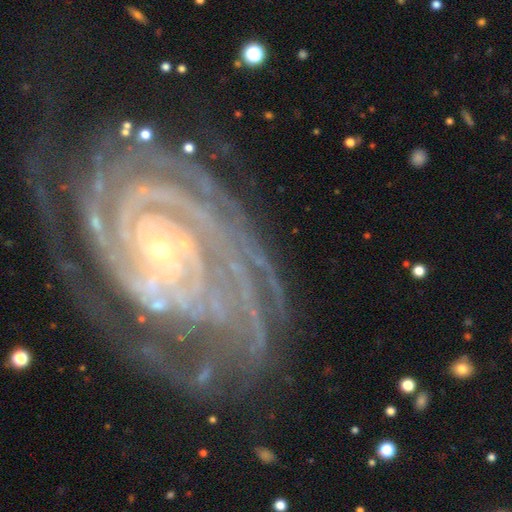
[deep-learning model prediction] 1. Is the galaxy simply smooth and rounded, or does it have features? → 90% featured or disk, 6% star or artifact, 3% smooth.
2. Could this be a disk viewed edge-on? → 97% no, 3% yes.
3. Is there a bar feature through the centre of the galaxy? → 71% no, 16% weak, 12% strong.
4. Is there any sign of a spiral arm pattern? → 98% yes, 2% no.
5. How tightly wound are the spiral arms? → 81% tight, 16% medium, 3% loose.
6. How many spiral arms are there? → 24% 2, 18% 3, 17% can't tell, 16% more than 4, 16% 4, 9% 1.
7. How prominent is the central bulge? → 84% small, 11% moderate, 2% none, 2% large, 1% dominant.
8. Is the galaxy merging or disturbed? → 61% none, 21% minor disturbance, 14% major disturbance, 4% merger.